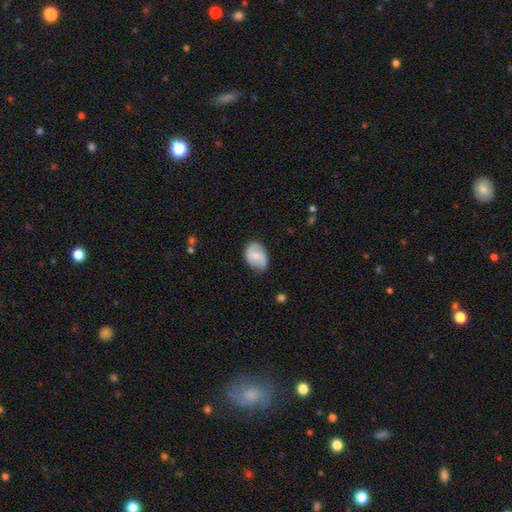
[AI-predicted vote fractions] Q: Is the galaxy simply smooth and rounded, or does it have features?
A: smooth — 48%.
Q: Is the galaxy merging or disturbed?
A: none — 67%.